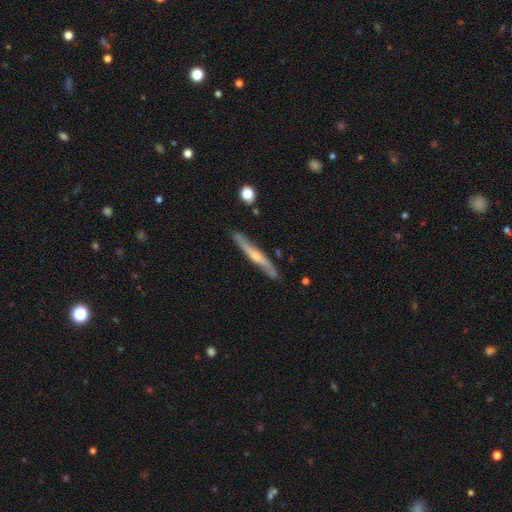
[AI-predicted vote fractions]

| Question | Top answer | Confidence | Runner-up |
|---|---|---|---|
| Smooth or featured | featured or disk | 64% | smooth (31%) |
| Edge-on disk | yes | 83% | no (17%) |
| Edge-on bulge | rounded | 68% | none (26%) |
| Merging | none | 82% | minor disturbance (14%) |